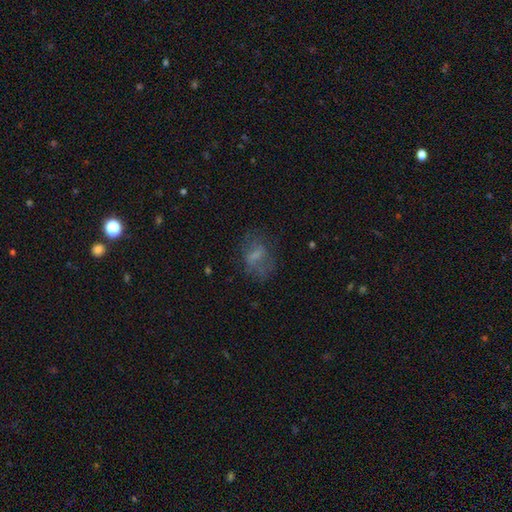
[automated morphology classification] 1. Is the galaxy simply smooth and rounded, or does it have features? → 50% smooth, 35% featured or disk, 15% star or artifact.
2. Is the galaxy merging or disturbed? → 55% none, 22% major disturbance, 20% minor disturbance, 2% merger.